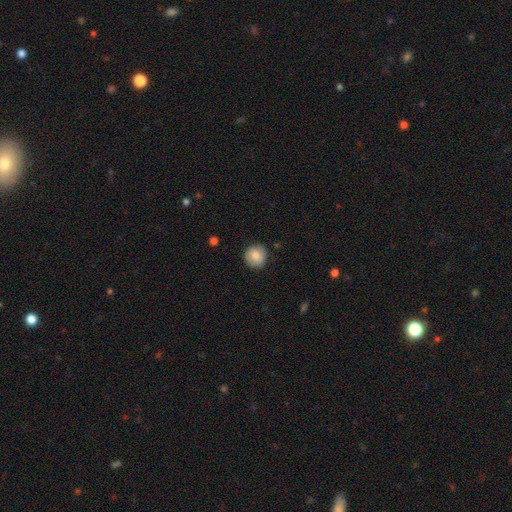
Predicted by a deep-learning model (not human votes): This is clearly a smooth galaxy (84%). How rounded: clearly round (91%). Merging: clearly none (87%).